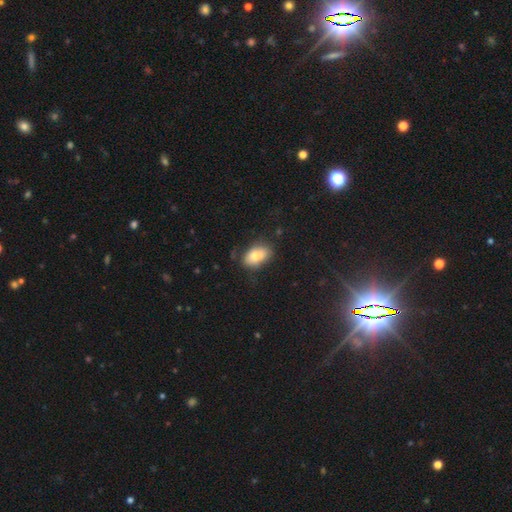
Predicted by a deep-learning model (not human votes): Smooth or featured? smooth (77%)
How rounded? in between (90%)
Merging? none (69%)